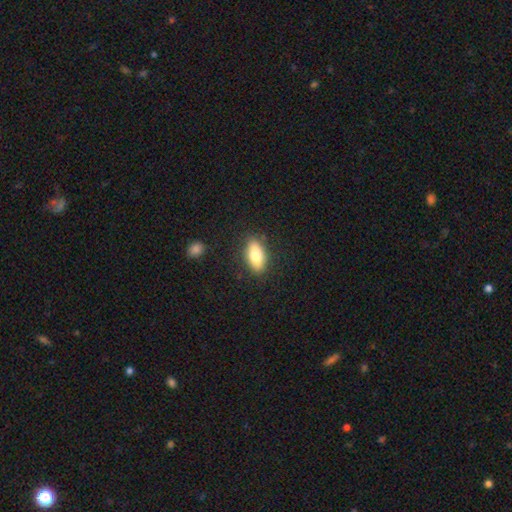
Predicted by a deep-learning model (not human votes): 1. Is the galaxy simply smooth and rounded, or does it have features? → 74% smooth, 19% featured or disk, 7% star or artifact.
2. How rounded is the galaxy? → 84% in between, 11% cigar-shaped, 4% round.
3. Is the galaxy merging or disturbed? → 86% none, 10% minor disturbance, 3% major disturbance, 1% merger.